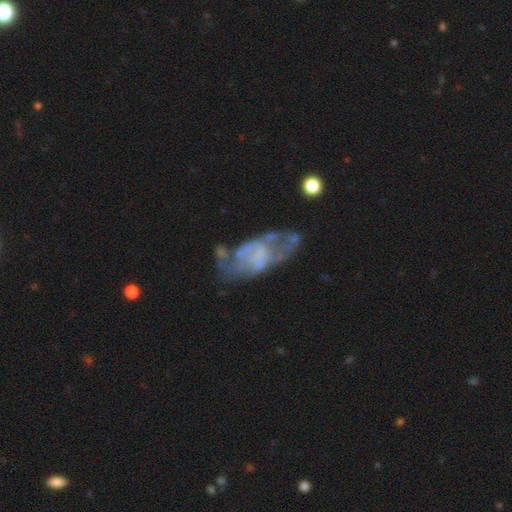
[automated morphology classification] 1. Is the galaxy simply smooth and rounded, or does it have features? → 68% featured or disk, 23% smooth, 10% star or artifact.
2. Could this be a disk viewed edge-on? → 93% no, 7% yes.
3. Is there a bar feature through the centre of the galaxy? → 71% no, 21% weak, 8% strong.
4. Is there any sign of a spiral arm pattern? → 63% no, 37% yes.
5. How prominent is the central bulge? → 68% none, 15% small, 10% moderate, 6% large, 1% dominant.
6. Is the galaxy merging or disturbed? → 42% none, 26% major disturbance, 24% minor disturbance, 8% merger.